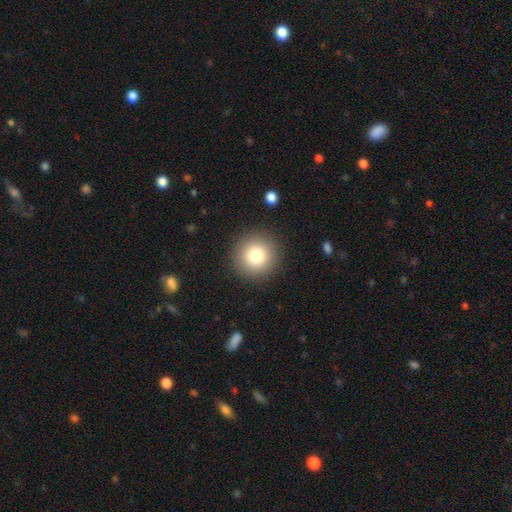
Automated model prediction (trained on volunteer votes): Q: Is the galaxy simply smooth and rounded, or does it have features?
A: smooth — 81%.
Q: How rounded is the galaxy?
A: round — 95%.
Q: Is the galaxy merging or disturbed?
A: none — 90%.